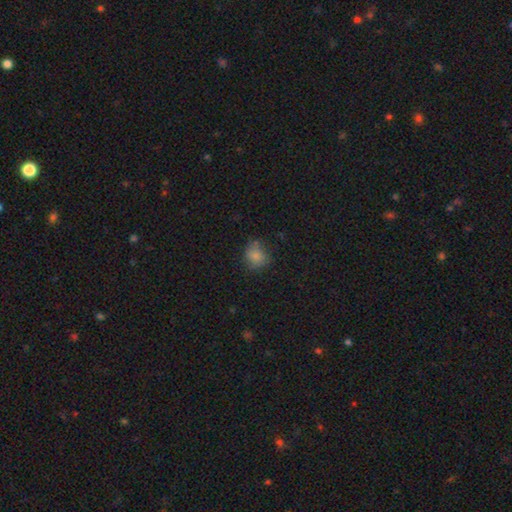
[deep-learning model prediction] Q: Smooth or featured?
A: smooth (79%); runner-up: star or artifact (12%)
Q: How rounded?
A: round (74%); runner-up: in between (26%)
Q: Merging?
A: none (65%); runner-up: minor disturbance (24%)